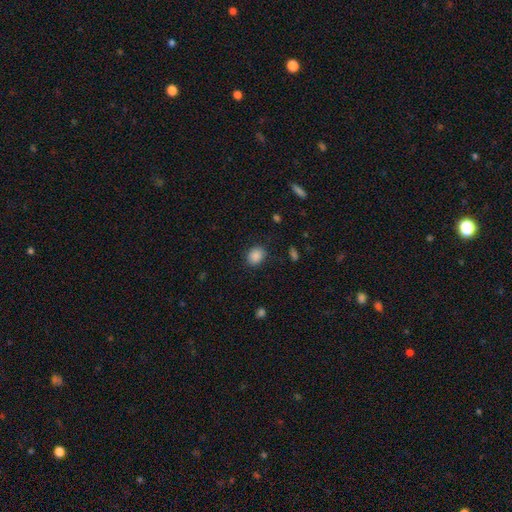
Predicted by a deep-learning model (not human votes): Smooth or featured: smooth — 87% (star or artifact — 9%)
How rounded: round — 61% (in between — 38%)
Merging: none — 83% (minor disturbance — 12%)